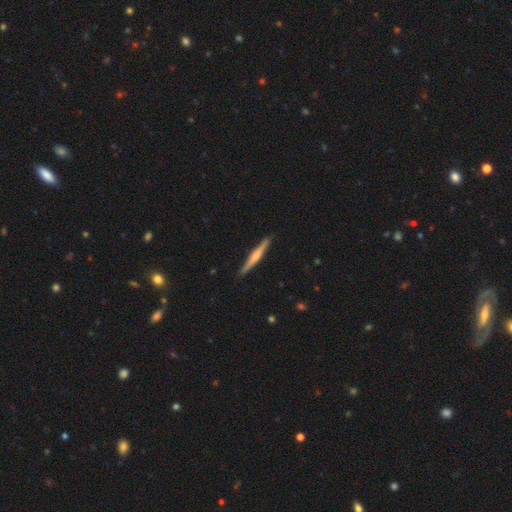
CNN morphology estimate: smooth_or_featured: featured or disk (p=0.59) [alt: smooth p=0.36]
disk_edge_on: yes (p=0.98) [alt: no p=0.02]
edge_on_bulge: rounded (p=0.67) [alt: none p=0.21]
merging: none (p=0.90) [alt: minor disturbance p=0.07]